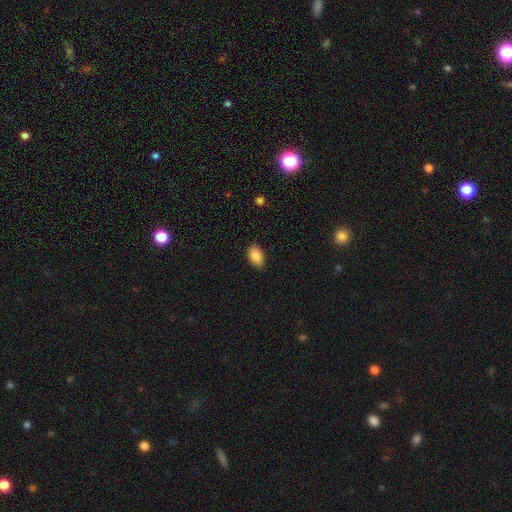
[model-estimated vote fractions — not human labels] Q: Smooth or featured?
A: smooth (89%); runner-up: star or artifact (7%)
Q: How rounded?
A: in between (90%); runner-up: round (9%)
Q: Merging?
A: none (87%); runner-up: minor disturbance (10%)